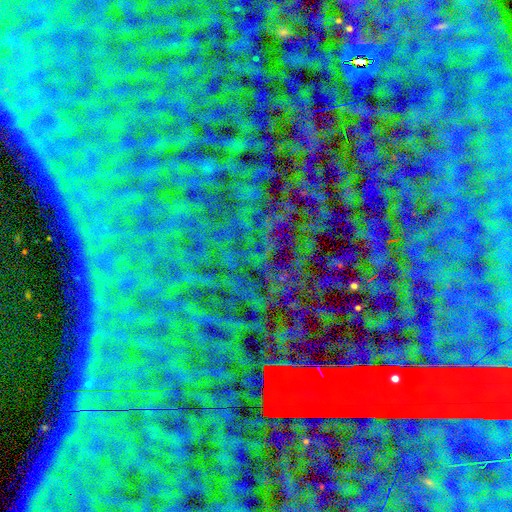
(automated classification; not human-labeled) This is clearly a star or artifact rather than a galaxy (86%).